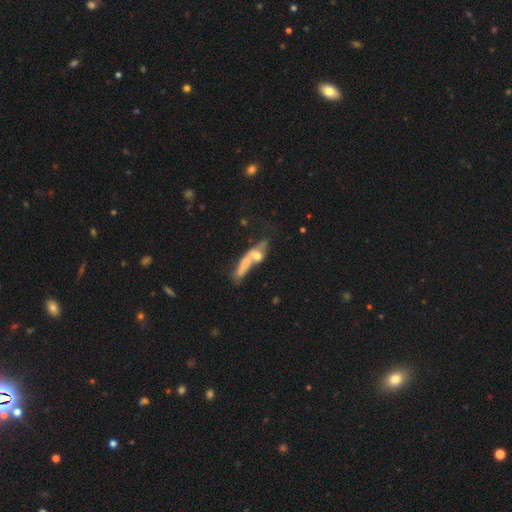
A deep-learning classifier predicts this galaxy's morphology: Smooth or featured? Predicted: smooth (p=0.52). How rounded? Predicted: cigar-shaped (p=0.57). Merging? Predicted: merger (p=0.41).